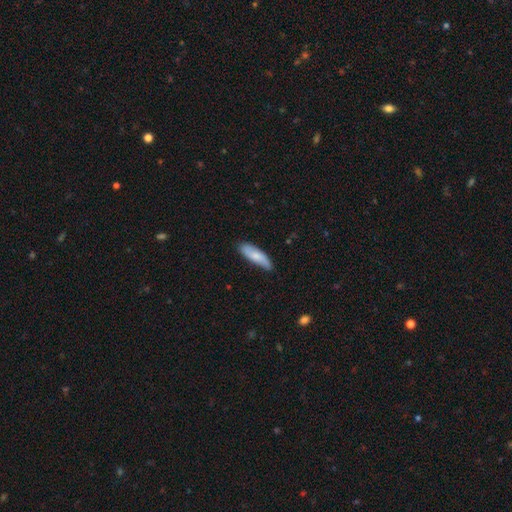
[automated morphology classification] Smooth or featured? Predicted: smooth (p=0.72). How rounded? Predicted: in between (p=0.50). Merging? Predicted: none (p=0.79).